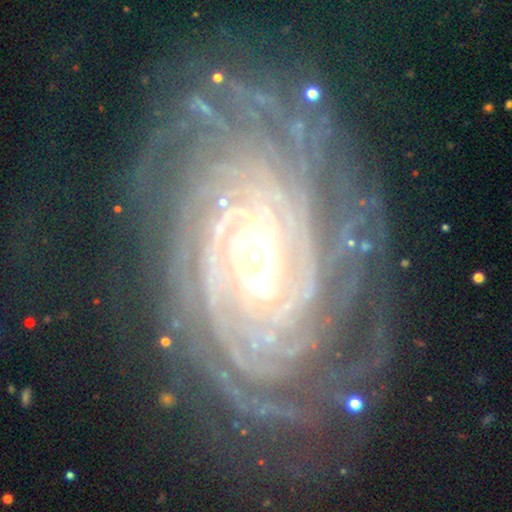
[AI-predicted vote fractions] Smooth or featured: featured or disk — 91% (star or artifact — 5%)
Edge-on disk: no — 96% (yes — 4%)
Bar: no — 57% (weak — 24%)
Spiral arms: yes — 98% (no — 2%)
Spiral winding: tight — 81% (medium — 15%)
Spiral arm count: more than 4 — 27% (can't tell — 22%)
Bulge size: moderate — 66% (large — 20%)
Merging: none — 73% (minor disturbance — 16%)